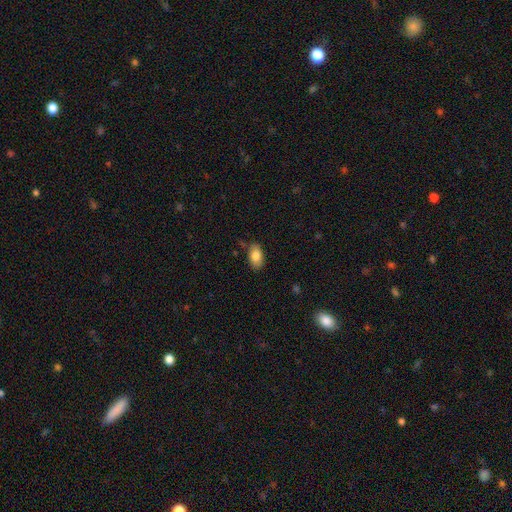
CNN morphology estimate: This is clearly a smooth galaxy (84%). How rounded: clearly in between (92%). Merging: likely none (77%).